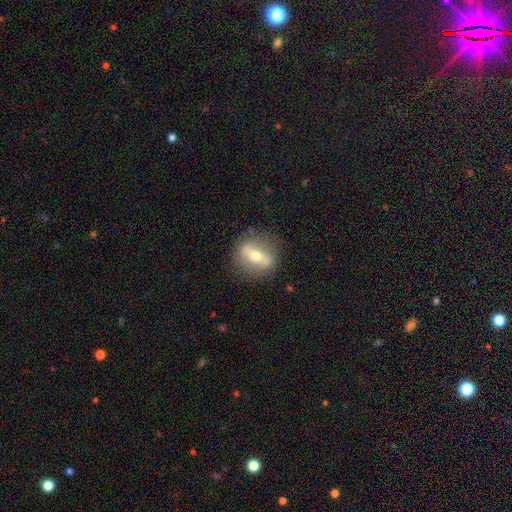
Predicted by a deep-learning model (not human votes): featured or disk 61%, smooth 31%, star or artifact 8%. Down the decision tree: edge-on disk — no (68%); merging — none (81%).